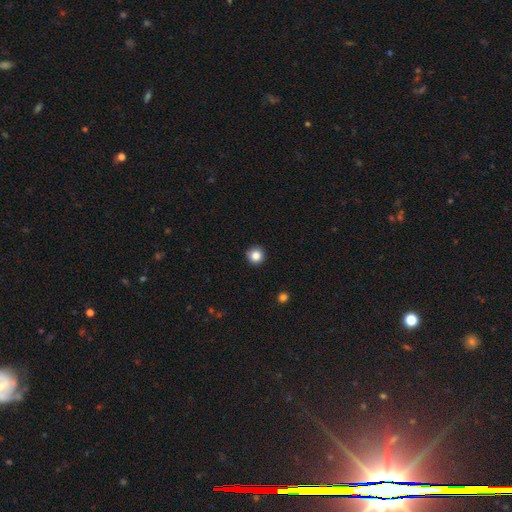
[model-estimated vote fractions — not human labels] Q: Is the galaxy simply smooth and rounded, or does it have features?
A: smooth — 85%.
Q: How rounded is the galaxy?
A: round — 95%.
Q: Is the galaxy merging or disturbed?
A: none — 91%.